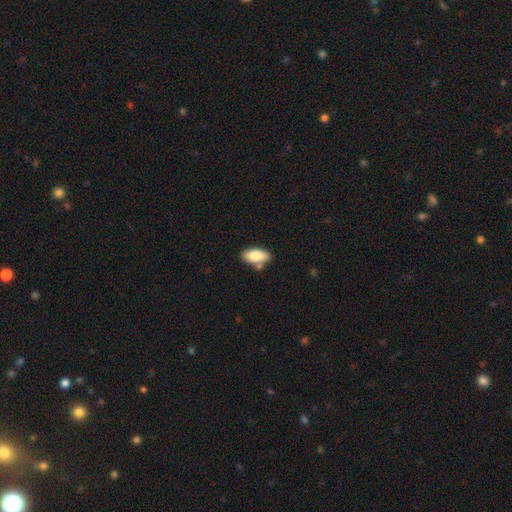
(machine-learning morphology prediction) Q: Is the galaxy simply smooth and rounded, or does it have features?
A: smooth — 80%.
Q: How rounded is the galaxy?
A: in between — 91%.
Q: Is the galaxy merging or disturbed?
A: none — 73%.